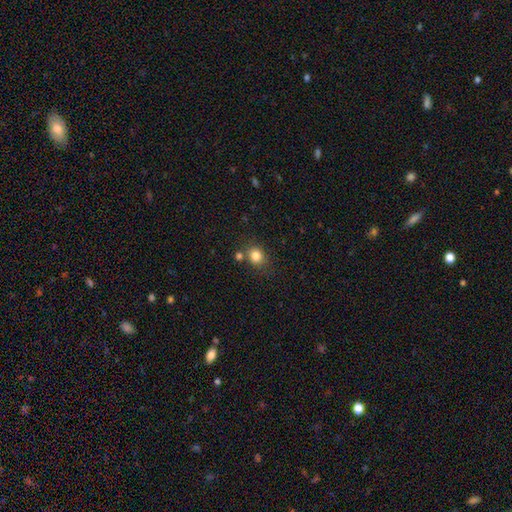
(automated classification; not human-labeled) A smooth galaxy with no disk features (83%) that is round (71%). Merging: none (70%).